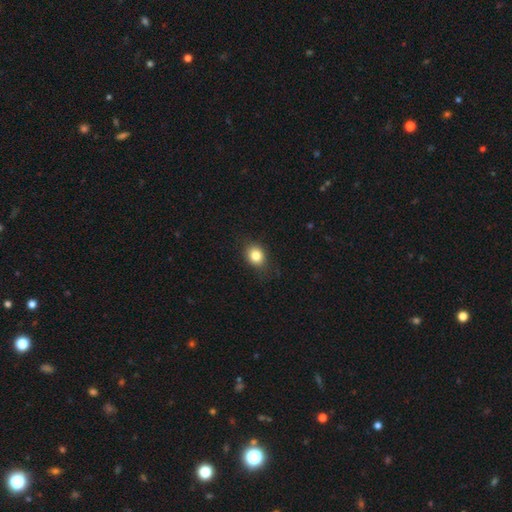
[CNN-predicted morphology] Smooth or featured? smooth (82%)
How rounded? round (50%)
Merging? none (83%)